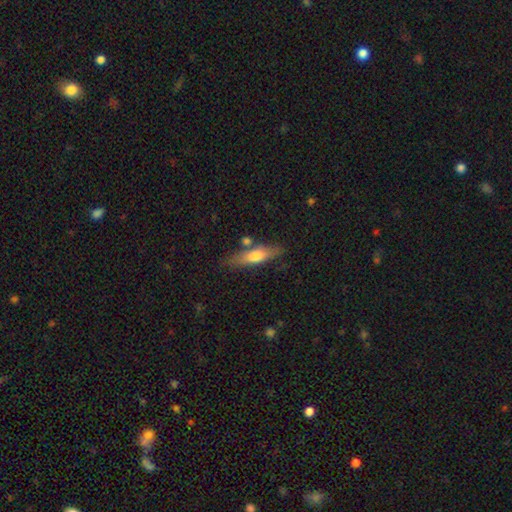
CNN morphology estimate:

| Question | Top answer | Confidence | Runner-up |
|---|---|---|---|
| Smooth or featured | smooth | 61% | featured or disk (32%) |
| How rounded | cigar-shaped | 64% | in between (33%) |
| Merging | none | 72% | minor disturbance (15%) |